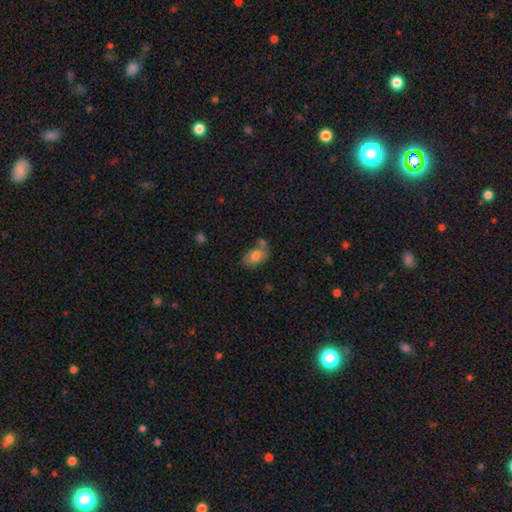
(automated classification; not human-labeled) smooth-or-featured: smooth: 77% | featured or disk: 15% | star or artifact: 8%
  how-rounded: in between: 85% | round: 14% | cigar-shaped: 2%
  merging: none: 50% | merger: 22% | minor disturbance: 21% | major disturbance: 7%